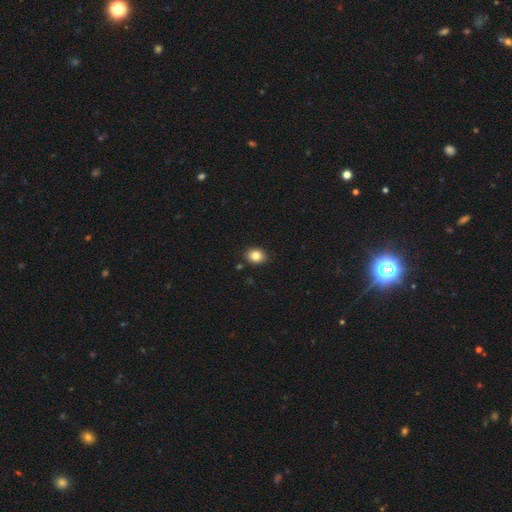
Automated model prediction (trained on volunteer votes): Smooth or featured? Predicted: smooth (p=0.83). How rounded? Predicted: round (p=0.54). Merging? Predicted: none (p=0.88).